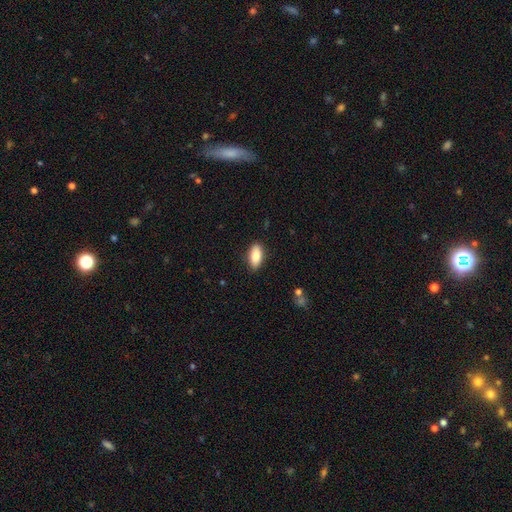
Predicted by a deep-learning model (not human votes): The model was most divided on "smooth or featured": smooth: 84%, featured or disk: 9%, star or artifact: 7%. More confident: how rounded — in between (88%); merging — none (86%).